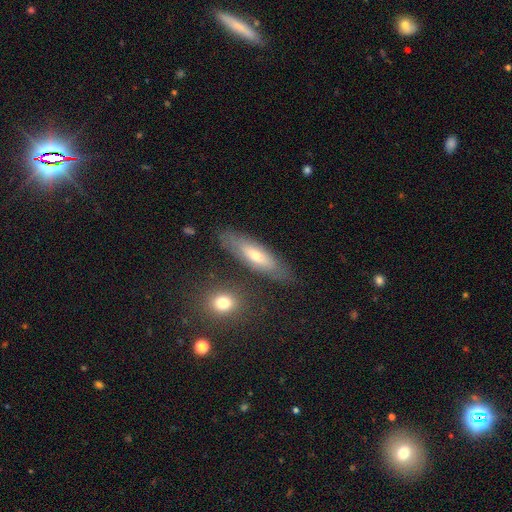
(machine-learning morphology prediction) Smooth or featured? Predicted: smooth (p=0.52). How rounded? Predicted: cigar-shaped (p=0.59). Merging? Predicted: none (p=0.79).